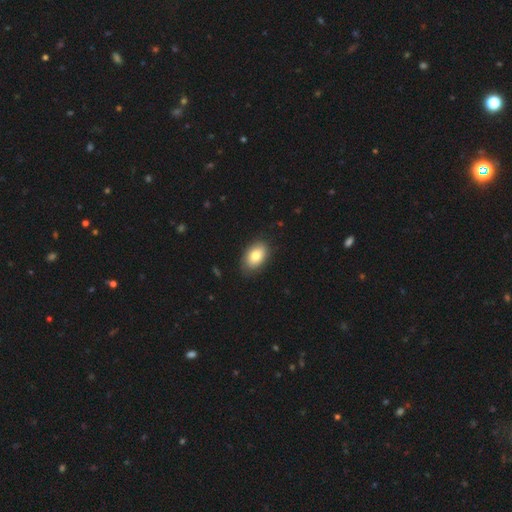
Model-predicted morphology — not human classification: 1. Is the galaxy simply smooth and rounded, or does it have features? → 79% smooth, 14% featured or disk, 7% star or artifact.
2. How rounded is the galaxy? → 90% in between, 9% round, 1% cigar-shaped.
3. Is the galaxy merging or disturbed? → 83% none, 13% minor disturbance, 3% major disturbance, 1% merger.